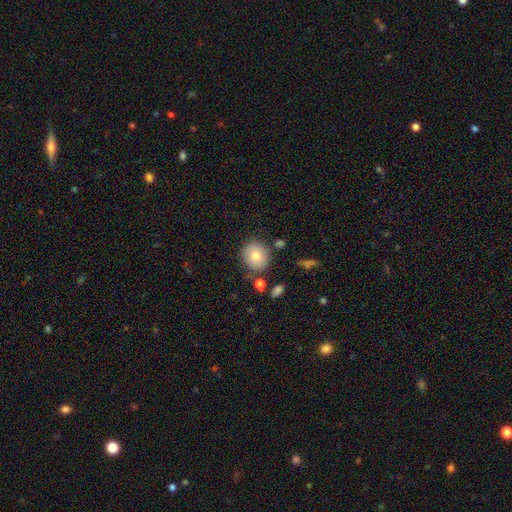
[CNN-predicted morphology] Smooth or featured? smooth (77%)
How rounded? round (84%)
Merging? none (79%)